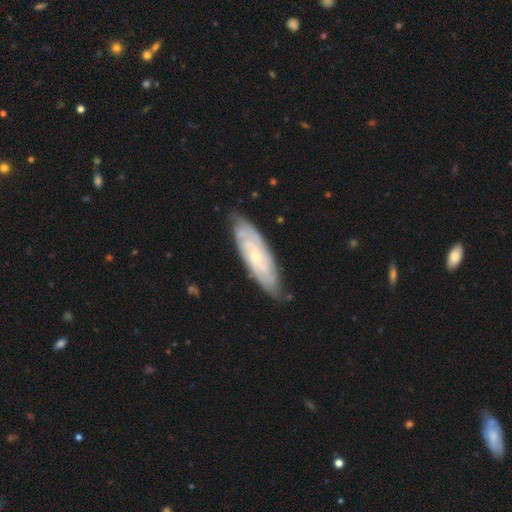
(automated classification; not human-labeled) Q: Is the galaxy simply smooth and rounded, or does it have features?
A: featured or disk — 75%.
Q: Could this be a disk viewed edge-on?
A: no — 83%.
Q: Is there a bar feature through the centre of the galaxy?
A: no — 73%.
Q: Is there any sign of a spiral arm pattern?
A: yes — 91%.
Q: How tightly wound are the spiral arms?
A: tight — 71%.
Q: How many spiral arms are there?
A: can't tell — 52%.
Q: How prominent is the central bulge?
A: small — 73%.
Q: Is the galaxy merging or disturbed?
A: none — 78%.